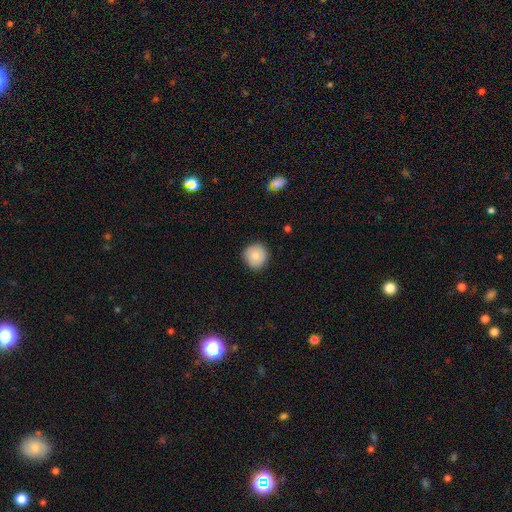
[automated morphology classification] The model was most divided on "smooth or featured": smooth: 82%, featured or disk: 10%, star or artifact: 8%. More confident: how rounded — round (94%); merging — none (90%).